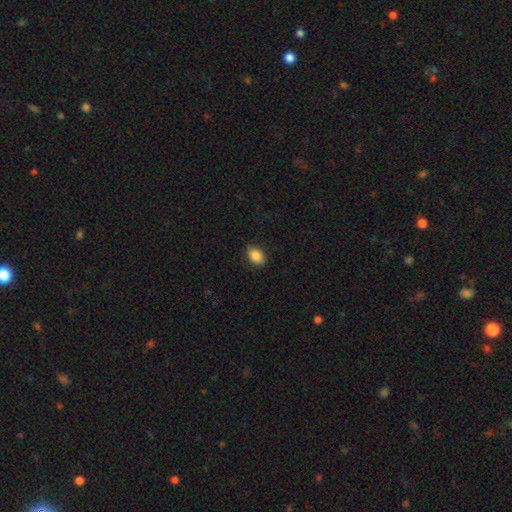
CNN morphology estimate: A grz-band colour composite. It shows a smooth galaxy with no disk features (87%) that is in between round and cigar-shaped (73%). Merging: none (87%).